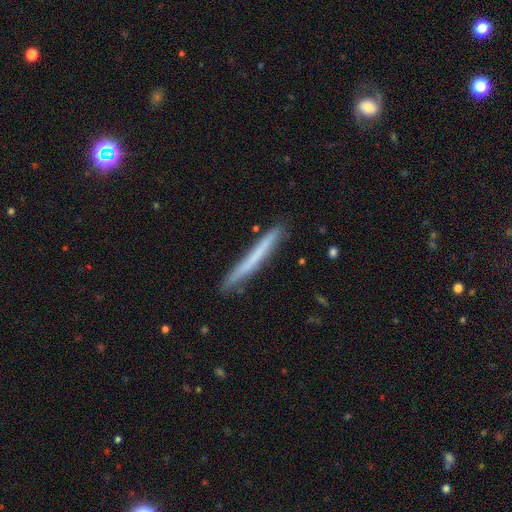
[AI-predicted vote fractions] Morphology: type=smooth (57%); roundness=cigar-shaped (97%); merging=none (86%).